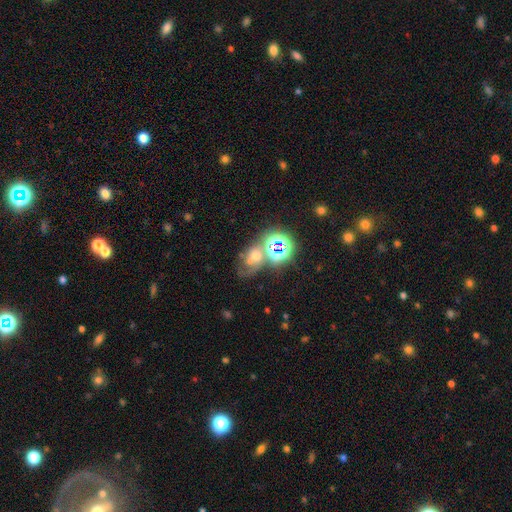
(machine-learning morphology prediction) Q: Smooth or featured?
A: star or artifact (42%); runner-up: smooth (30%)